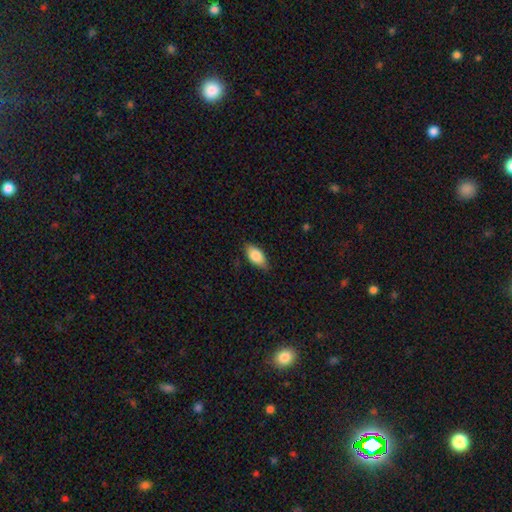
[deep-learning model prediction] Q: Smooth or featured?
A: smooth (85%); runner-up: featured or disk (9%)
Q: How rounded?
A: in between (91%); runner-up: cigar-shaped (6%)
Q: Merging?
A: none (82%); runner-up: minor disturbance (15%)